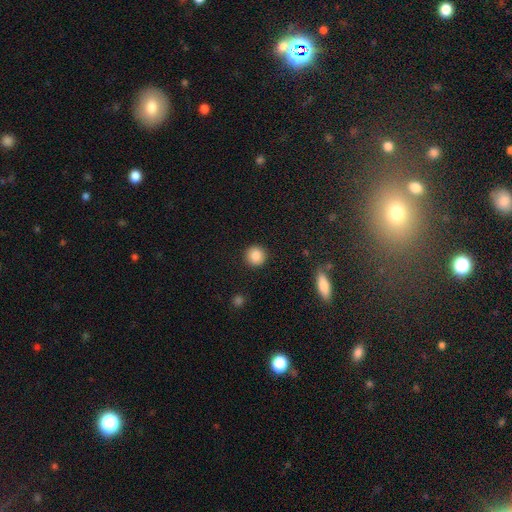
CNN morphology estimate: Smooth or featured? Predicted: smooth (p=0.87). How rounded? Predicted: round (p=0.94). Merging? Predicted: none (p=0.92).